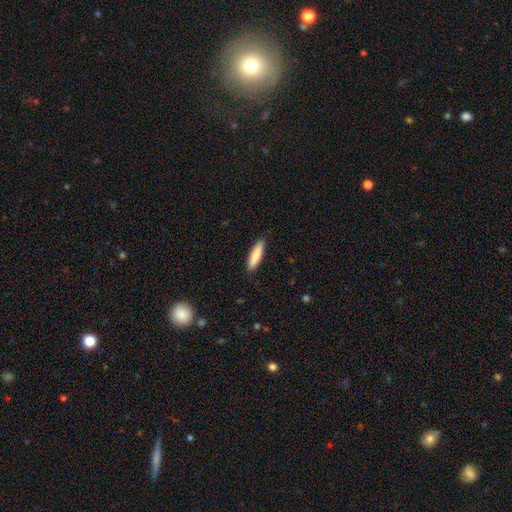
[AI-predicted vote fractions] Q: Smooth or featured?
A: smooth (83%); runner-up: featured or disk (12%)
Q: How rounded?
A: cigar-shaped (69%); runner-up: in between (30%)
Q: Merging?
A: none (88%); runner-up: minor disturbance (9%)